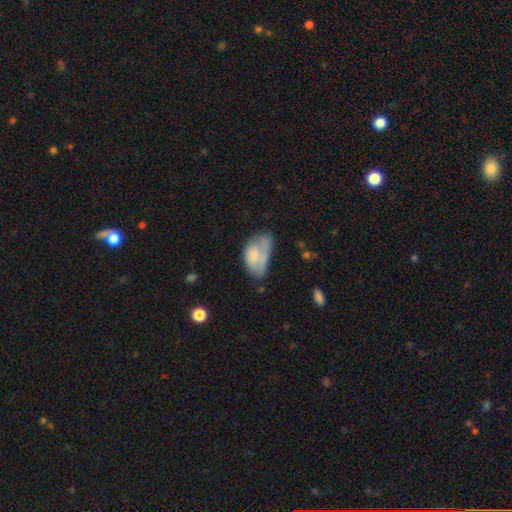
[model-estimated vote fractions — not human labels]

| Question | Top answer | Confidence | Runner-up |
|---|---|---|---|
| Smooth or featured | smooth | 64% | featured or disk (29%) |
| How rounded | in between | 92% | round (5%) |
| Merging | none | 34% | minor disturbance (29%) |